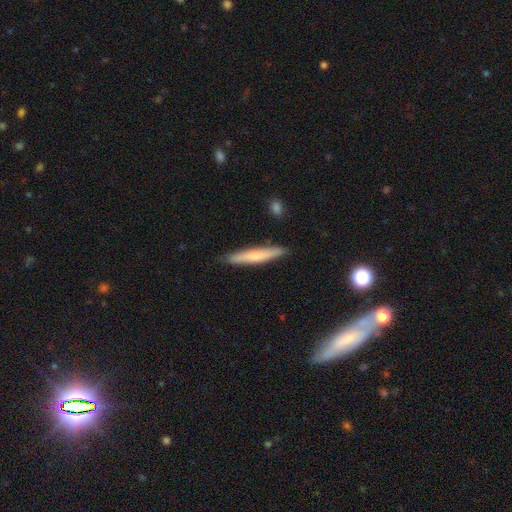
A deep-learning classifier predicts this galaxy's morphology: smooth 62%, featured or disk 32%, star or artifact 6%. Down the decision tree: how rounded — cigar-shaped (93%); merging — none (87%).